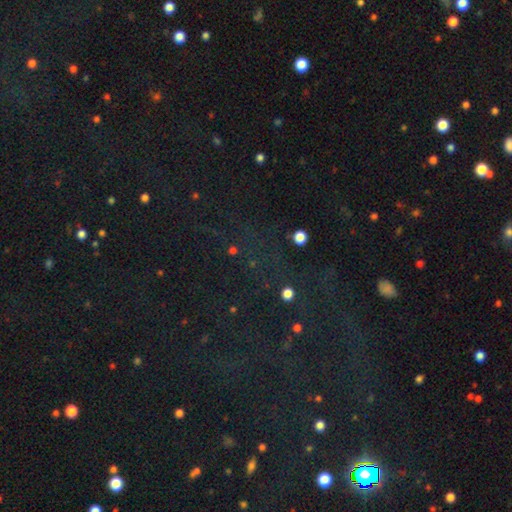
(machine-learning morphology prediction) smooth-or-featured: star or artifact: 77% | smooth: 14% | featured or disk: 9%